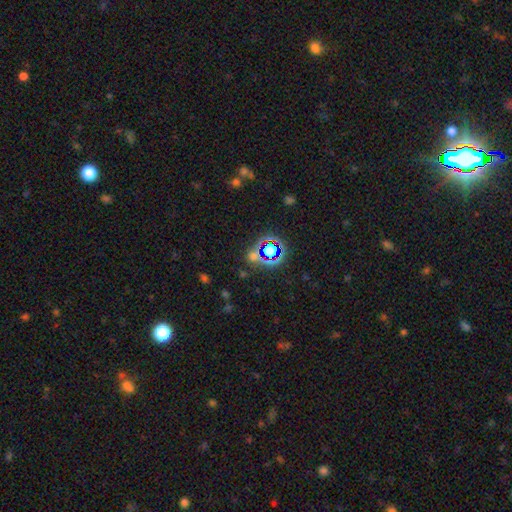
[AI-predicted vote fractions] Smooth or featured: star or artifact — 72% (smooth — 19%)